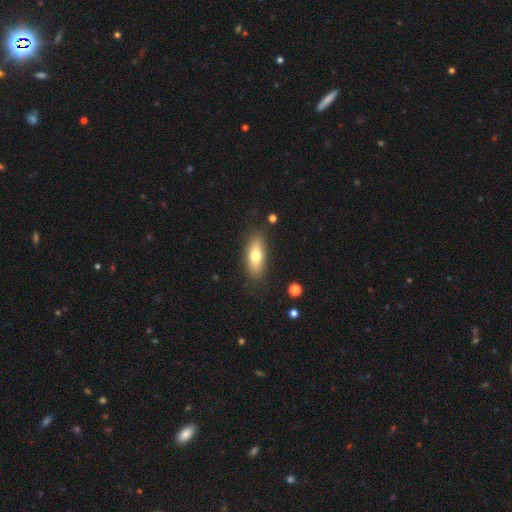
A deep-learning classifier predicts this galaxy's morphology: Q: Smooth or featured?
A: smooth (68%); runner-up: featured or disk (25%)
Q: How rounded?
A: in between (69%); runner-up: cigar-shaped (27%)
Q: Merging?
A: none (85%); runner-up: minor disturbance (11%)